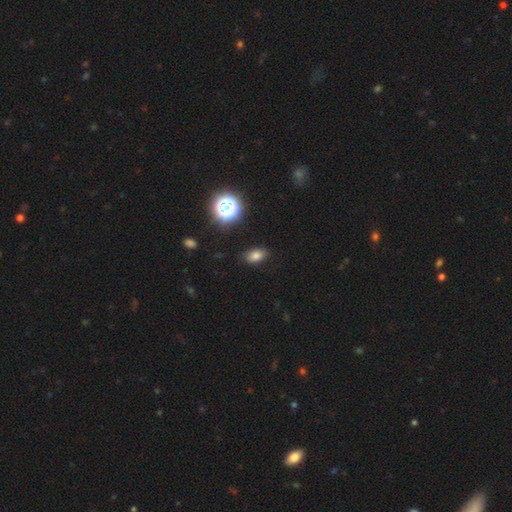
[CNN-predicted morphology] smooth 75%, star or artifact 18%, featured or disk 8%. Down the decision tree: how rounded — in between (85%); merging — none (84%).